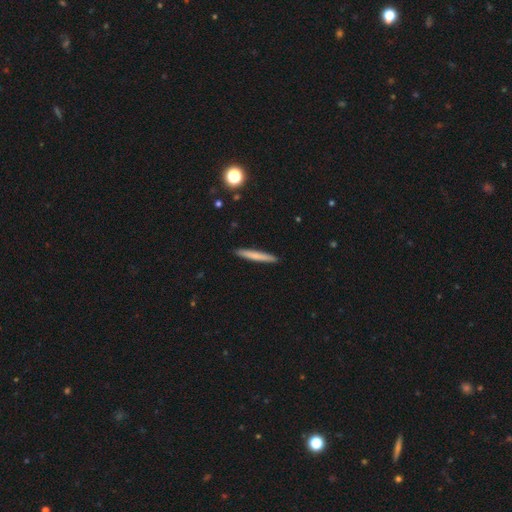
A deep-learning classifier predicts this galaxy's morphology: This appears to be a smooth galaxy with no disk features (70%) that is cigar-shaped (96%). Merging: none (92%).